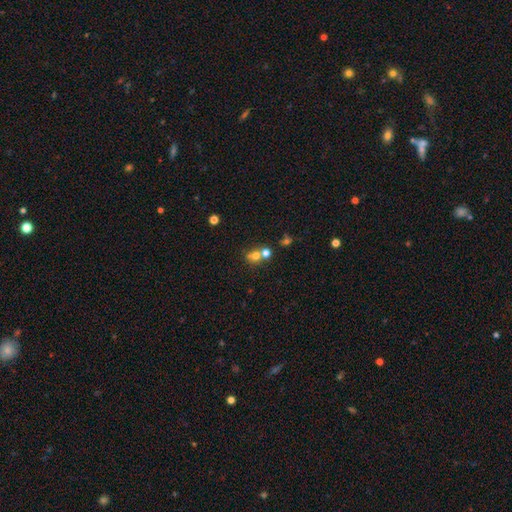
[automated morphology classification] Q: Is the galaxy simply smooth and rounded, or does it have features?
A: smooth — 66%.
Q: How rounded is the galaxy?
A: round — 75%.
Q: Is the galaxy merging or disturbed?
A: merger — 51%.